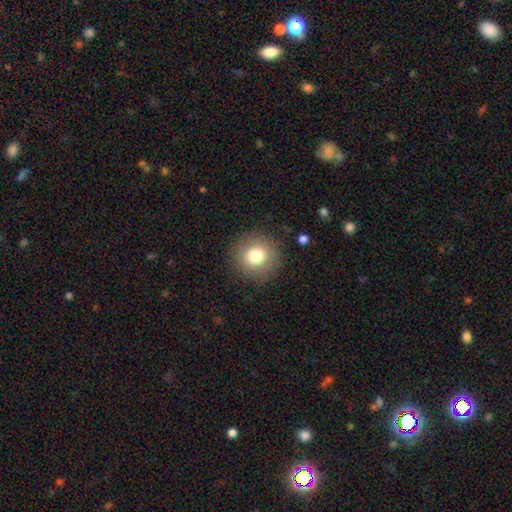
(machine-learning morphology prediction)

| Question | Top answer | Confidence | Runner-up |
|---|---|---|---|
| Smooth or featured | smooth | 78% | star or artifact (11%) |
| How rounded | round | 94% | in between (5%) |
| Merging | none | 88% | minor disturbance (7%) |